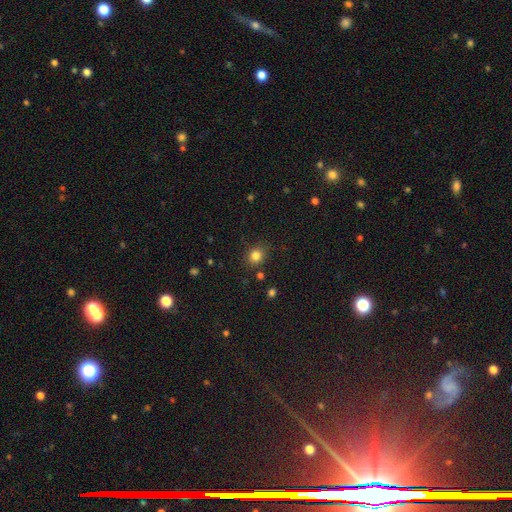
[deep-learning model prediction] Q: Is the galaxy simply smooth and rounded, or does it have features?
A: smooth — 82%.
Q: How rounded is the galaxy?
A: round — 72%.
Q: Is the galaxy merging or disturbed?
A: none — 82%.